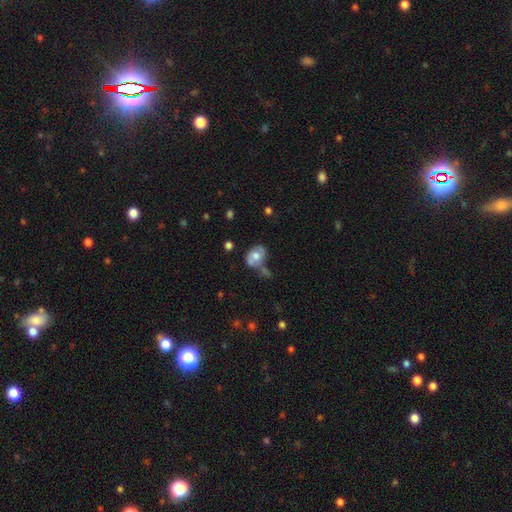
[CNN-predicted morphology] A smooth galaxy with no disk features (48%).

Vote fractions:
- Smooth or featured? smooth: 48% / featured or disk: 43% / star or artifact: 9%
- Merging? none: 33% / minor disturbance: 25% / merger: 24% / major disturbance: 18%